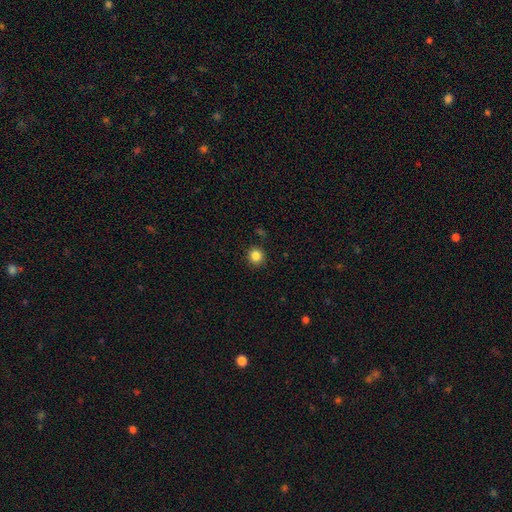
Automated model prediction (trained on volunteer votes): Morphology: type=smooth (85%); roundness=round (92%); merging=none (91%).